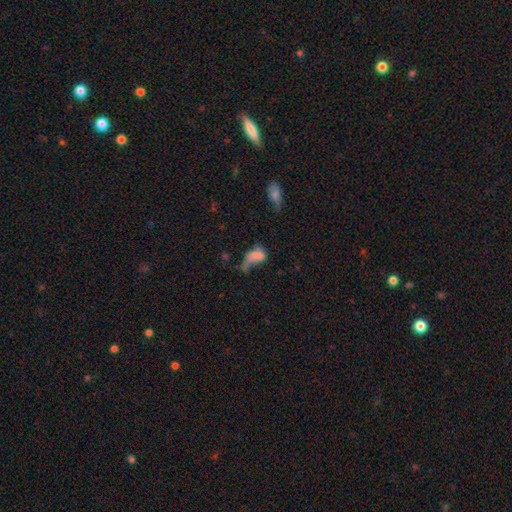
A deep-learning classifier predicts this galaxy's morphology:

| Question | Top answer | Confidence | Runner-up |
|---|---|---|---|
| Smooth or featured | smooth | 63% | featured or disk (23%) |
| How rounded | in between | 85% | round (9%) |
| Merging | major disturbance | 46% | none (19%) |